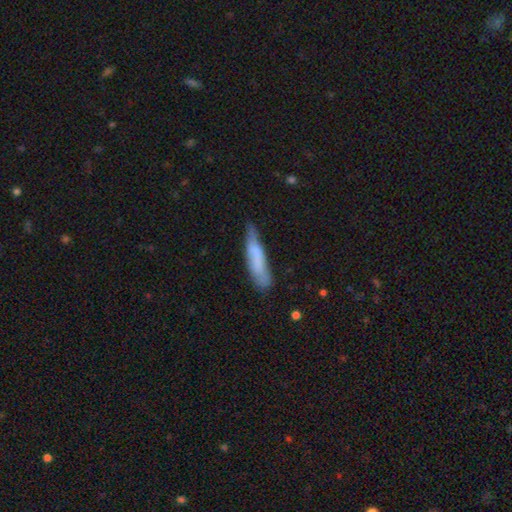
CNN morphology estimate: Smooth or featured?
  - smooth: 67% *
  - featured or disk: 25%
  - star or artifact: 8%
How rounded?
  - cigar-shaped: 86% *
  - in between: 13%
  - round: 1%
Merging?
  - none: 67% *
  - minor disturbance: 26%
  - major disturbance: 6%
  - merger: 2%